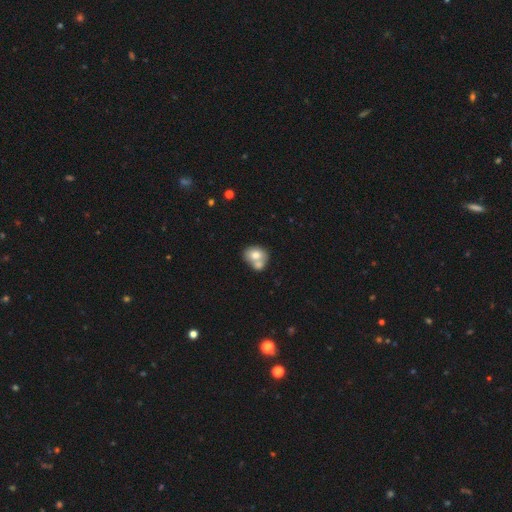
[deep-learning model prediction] Overall: smooth (72%). How rounded: round (55%; in between 44%). Merging: merger (58%; none 28%).